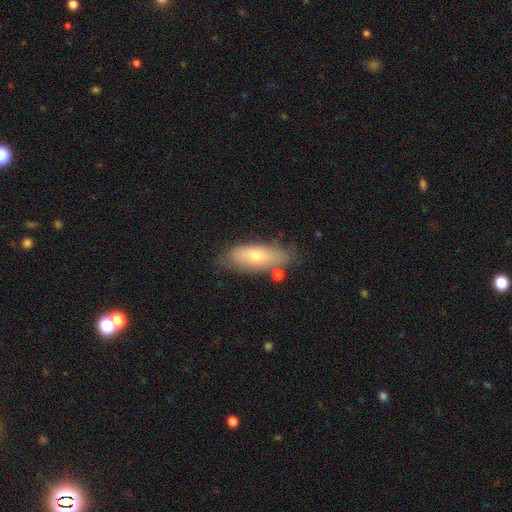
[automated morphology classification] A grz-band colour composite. It shows a smooth galaxy with no disk features (64%) that is in between round and cigar-shaped (70%). Merging: none (73%).